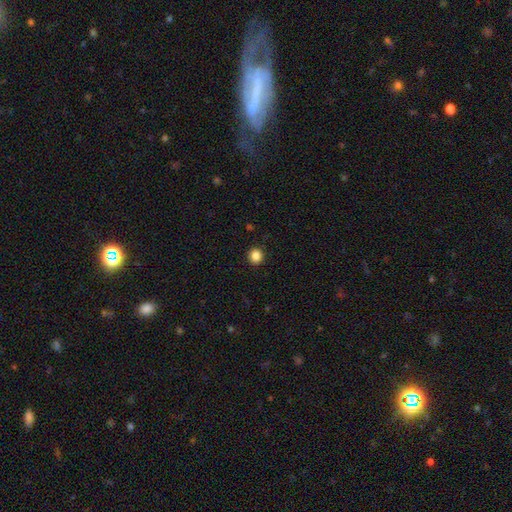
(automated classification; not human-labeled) This is clearly a smooth galaxy (86%). How rounded: clearly round (88%). Merging: clearly none (92%).